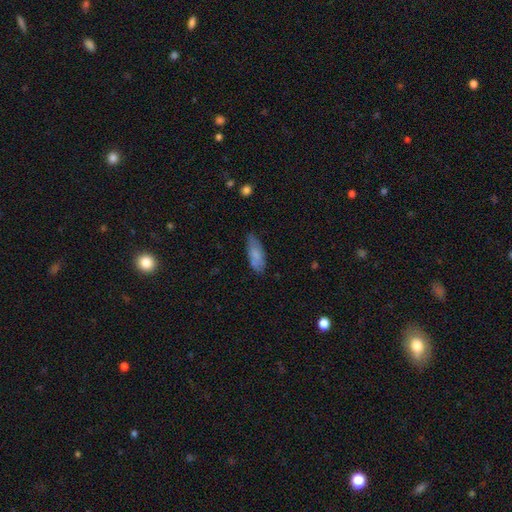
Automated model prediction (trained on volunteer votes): Smooth or featured: smooth — 78% (featured or disk — 15%)
How rounded: in between — 71% (cigar-shaped — 27%)
Merging: none — 69% (minor disturbance — 24%)